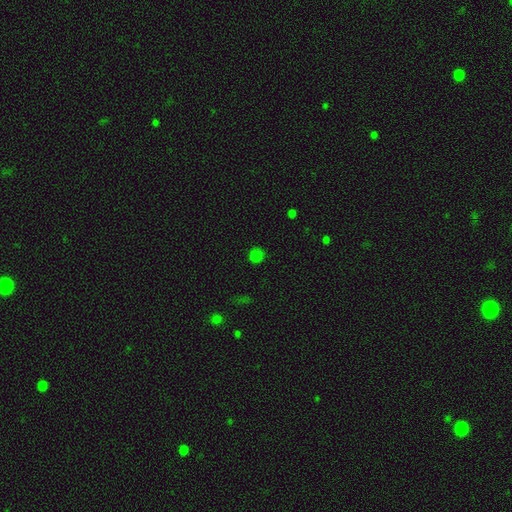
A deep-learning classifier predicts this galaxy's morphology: Smooth or featured? smooth (73%)
How rounded? round (90%)
Merging? none (86%)